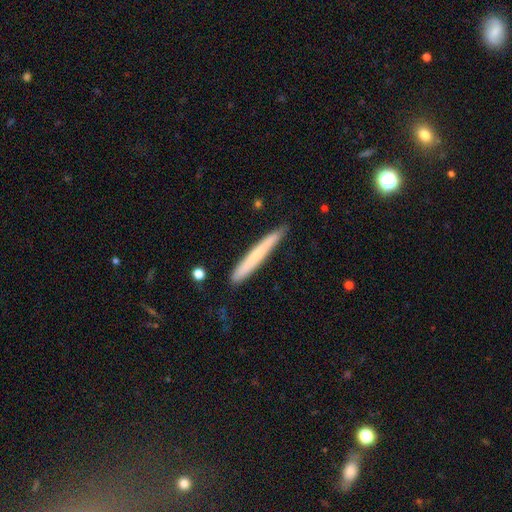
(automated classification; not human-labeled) Smooth or featured? smooth (63%)
How rounded? cigar-shaped (97%)
Merging? none (86%)